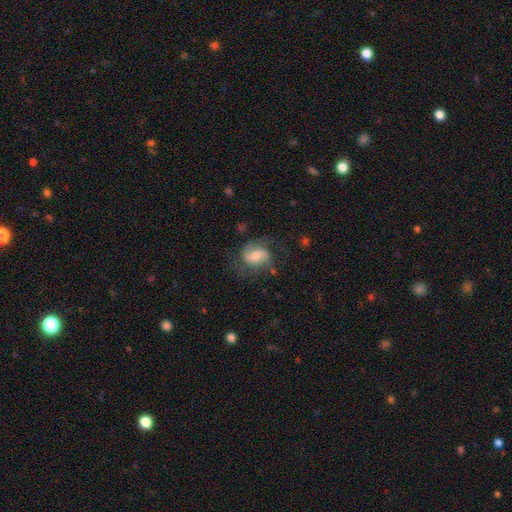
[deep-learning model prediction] This is likely a featured or disk galaxy (60%). It is clearly not viewed edge-on (97%). Bar: marginally weak (43%). Spiral arm pattern: clearly yes (87%). Spiral arm count: clearly 2 (80%). Spiral winding: possibly medium (46%). Central bulge: possibly moderate (56%). Merging: likely none (63%).